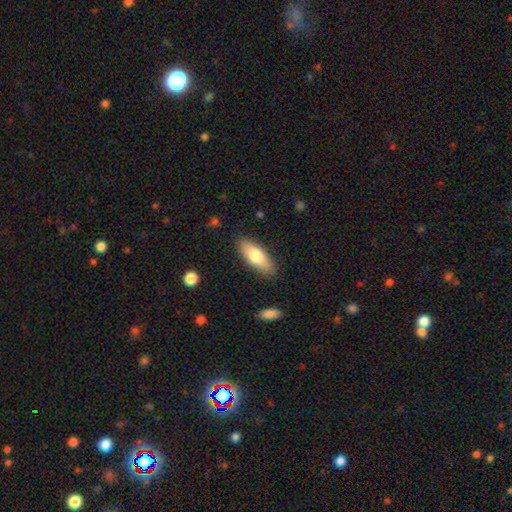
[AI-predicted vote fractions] smooth_or_featured: smooth (p=0.74) [alt: featured or disk p=0.20]
how_rounded: in between (p=0.70) [alt: cigar-shaped p=0.28]
merging: none (p=0.86) [alt: minor disturbance p=0.10]